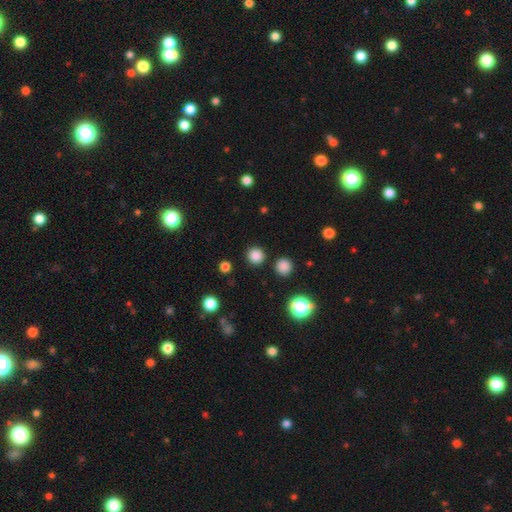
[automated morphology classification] Smooth or featured: smooth — 83% (star or artifact — 13%)
How rounded: round — 94% (in between — 5%)
Merging: none — 90% (minor disturbance — 5%)